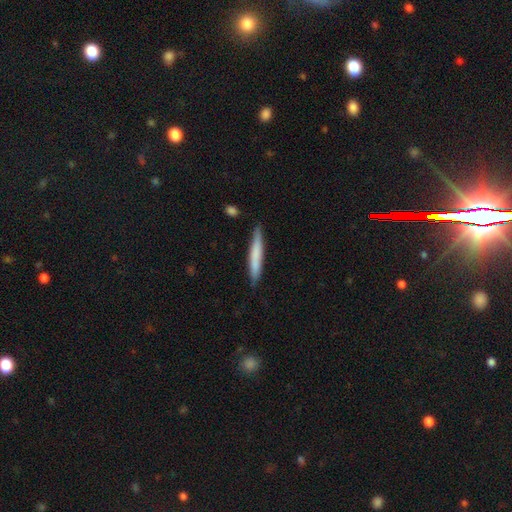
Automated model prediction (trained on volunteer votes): This appears to be a smooth galaxy with no disk features (71%) that is cigar-shaped (94%). Merging: none (86%).